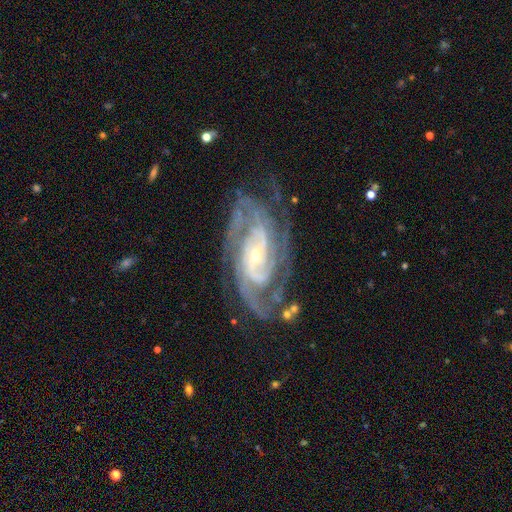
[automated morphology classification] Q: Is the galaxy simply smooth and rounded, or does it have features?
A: featured or disk — 92%.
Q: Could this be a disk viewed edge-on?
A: no — 96%.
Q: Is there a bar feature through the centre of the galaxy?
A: no — 42%.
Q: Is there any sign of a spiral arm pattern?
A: yes — 98%.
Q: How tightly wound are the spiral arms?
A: tight — 59%.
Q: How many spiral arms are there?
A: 2 — 27%.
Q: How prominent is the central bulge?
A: small — 73%.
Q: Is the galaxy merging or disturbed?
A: none — 70%.